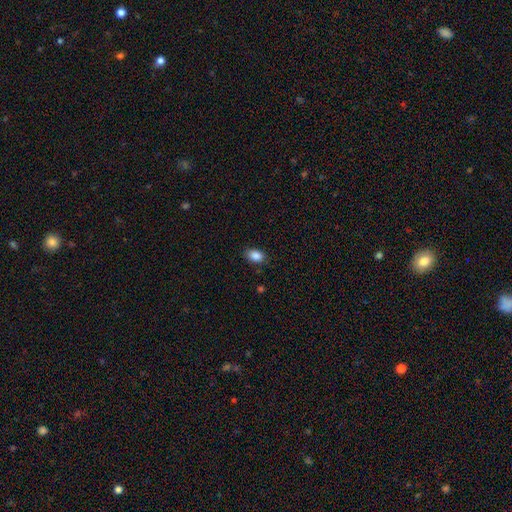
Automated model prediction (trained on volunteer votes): smooth-or-featured: smooth: 88% | star or artifact: 9% | featured or disk: 4%
  how-rounded: in between: 84% | round: 15% | cigar-shaped: 1%
  merging: none: 84% | minor disturbance: 12% | major disturbance: 3% | merger: 1%